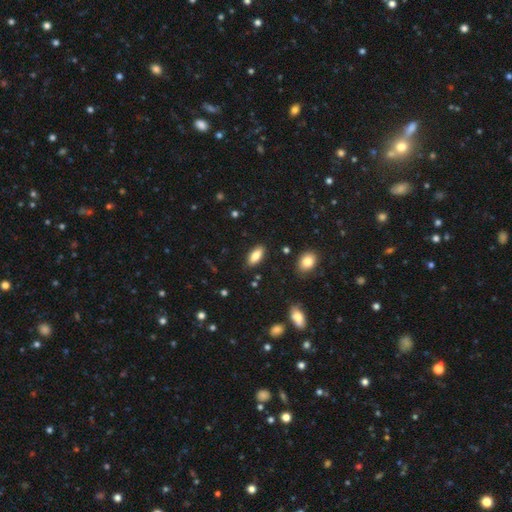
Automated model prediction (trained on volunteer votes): This appears to be a smooth galaxy with no disk features (83%) that is in between round and cigar-shaped (83%). Merging: none (86%).